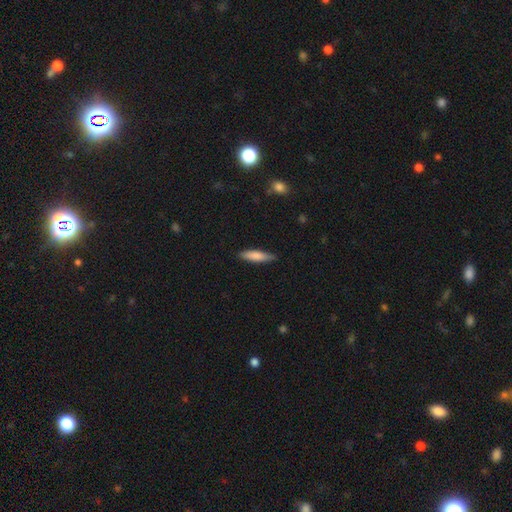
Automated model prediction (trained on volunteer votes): This appears to be a smooth galaxy with no disk features (79%) that is cigar-shaped (75%). Merging: none (85%).